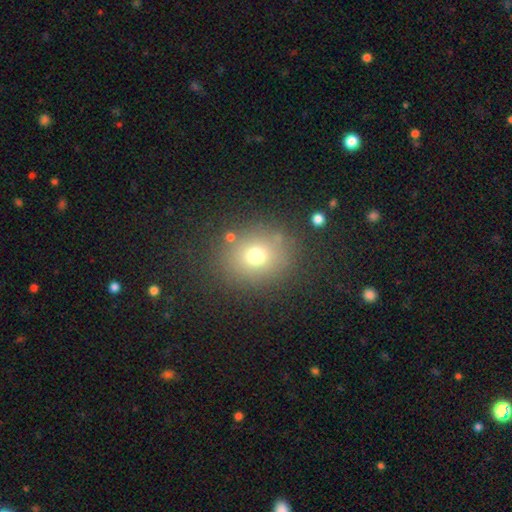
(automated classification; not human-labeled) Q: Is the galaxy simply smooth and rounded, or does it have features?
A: smooth — 71%.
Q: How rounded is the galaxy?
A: round — 76%.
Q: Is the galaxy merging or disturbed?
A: none — 81%.